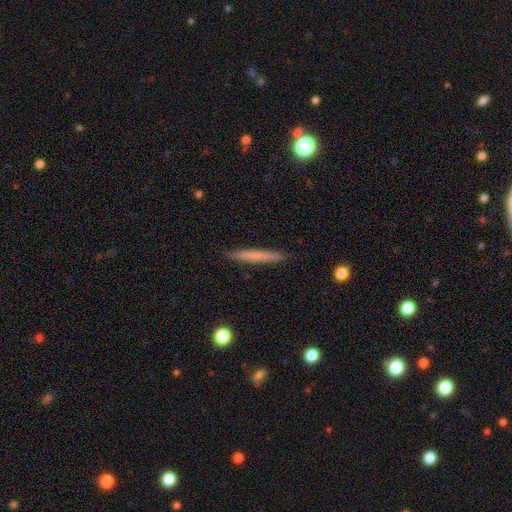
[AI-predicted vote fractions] Smooth or featured?
  - smooth: 65% *
  - featured or disk: 29%
  - star or artifact: 6%
How rounded?
  - cigar-shaped: 96% *
  - in between: 3%
  - round: 1%
Merging?
  - none: 91% *
  - minor disturbance: 7%
  - major disturbance: 1%
  - merger: 1%